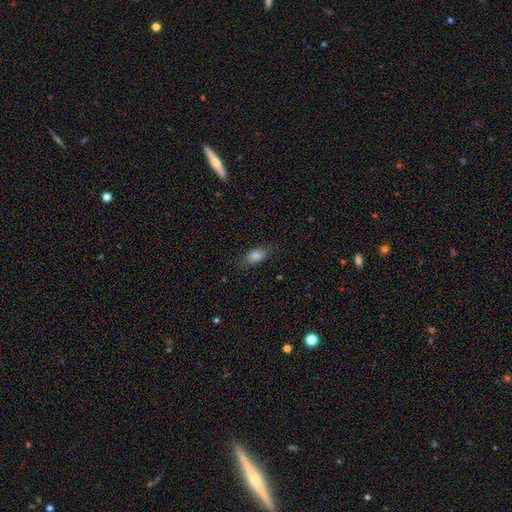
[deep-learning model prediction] The model was most divided on "merging": none: 81%, minor disturbance: 15%, major disturbance: 4%, merger: 1%. More confident: how rounded — in between (86%); smooth or featured — smooth (81%).